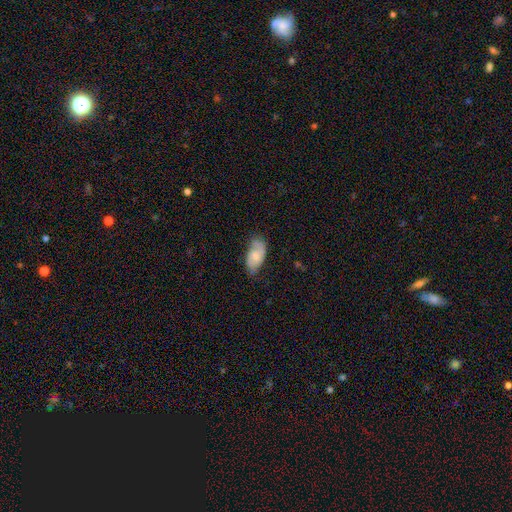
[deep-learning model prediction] smooth 49%, featured or disk 44%, star or artifact 7%. Down the decision tree: merging — none (59%).